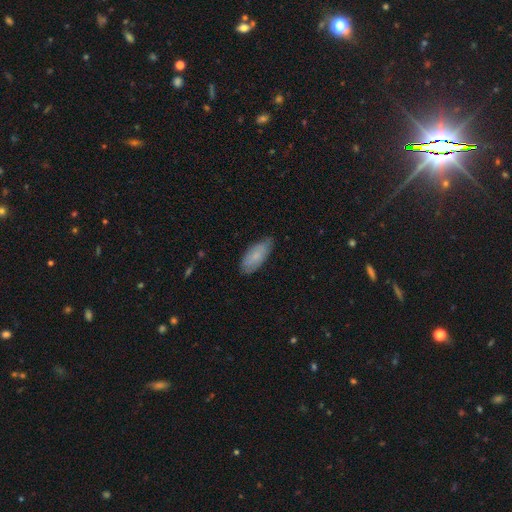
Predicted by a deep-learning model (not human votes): smooth_or_featured: smooth (p=0.73) [alt: featured or disk p=0.20]
how_rounded: in between (p=0.84) [alt: cigar-shaped p=0.14]
merging: none (p=0.76) [alt: minor disturbance p=0.20]